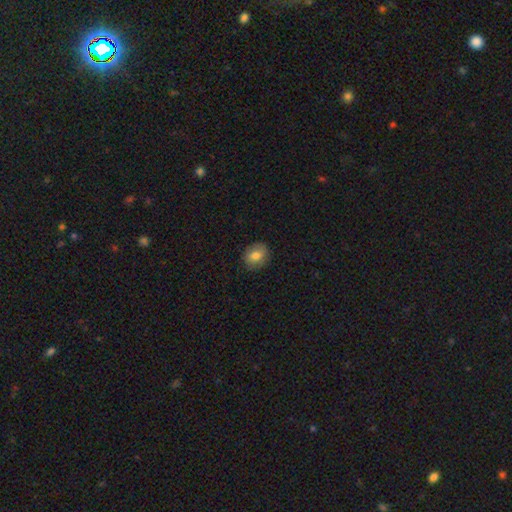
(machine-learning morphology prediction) Smooth or featured? Predicted: smooth (p=0.76). How rounded? Predicted: round (p=0.59). Merging? Predicted: none (p=0.86).